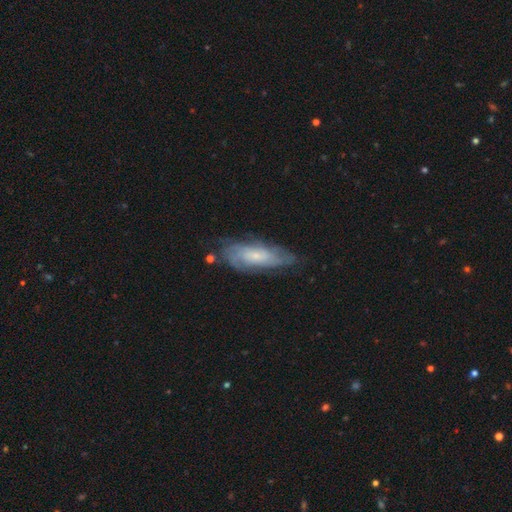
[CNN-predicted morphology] Smooth or featured? Predicted: featured or disk (p=0.64). Edge-on disk? Predicted: no (p=0.83). Bar? Predicted: no (p=0.70). Spiral arms? Predicted: yes (p=0.85). Bulge size? Predicted: small (p=0.65). Merging? Predicted: none (p=0.69).